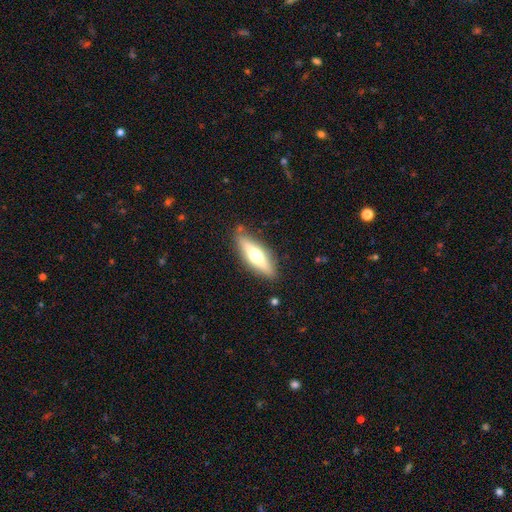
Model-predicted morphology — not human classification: smooth-or-featured: featured or disk: 51% | smooth: 43% | star or artifact: 6%
  disk-edge-on: yes: 88% | no: 12%
  merging: none: 84% | minor disturbance: 11% | major disturbance: 3% | merger: 2%